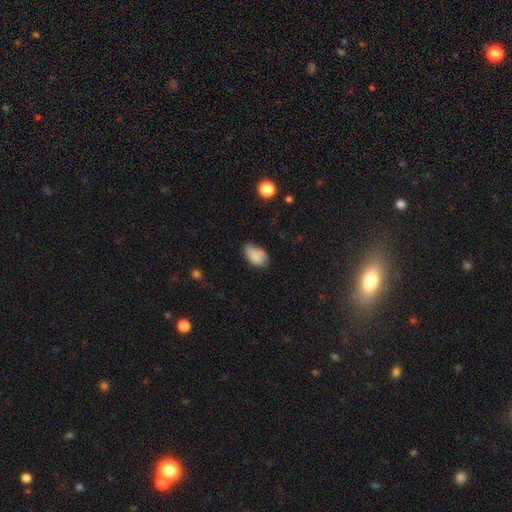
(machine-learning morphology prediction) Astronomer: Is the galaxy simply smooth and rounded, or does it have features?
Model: smooth — 77%.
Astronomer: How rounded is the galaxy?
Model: in between — 91%.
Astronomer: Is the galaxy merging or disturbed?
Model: none — 43% (runner-up: minor disturbance, 40%).